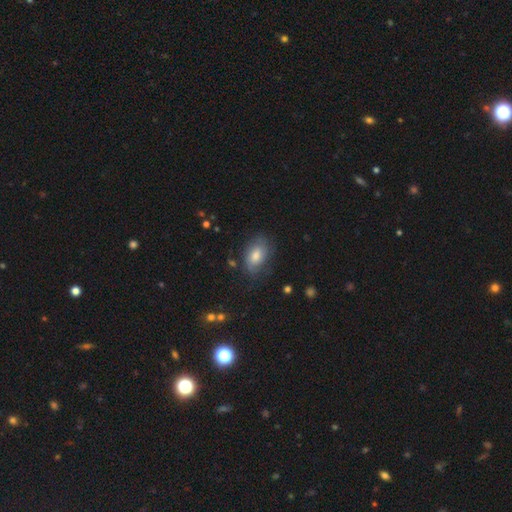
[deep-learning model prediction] Smooth or featured: smooth — 63% (featured or disk — 26%)
How rounded: in between — 88% (round — 10%)
Merging: none — 72% (minor disturbance — 20%)